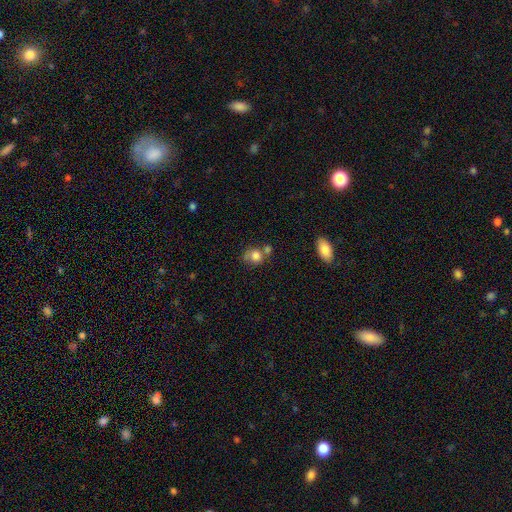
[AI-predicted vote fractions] This is likely a smooth galaxy (79%). How rounded: likely round (73%). Merging: possibly none (46%).